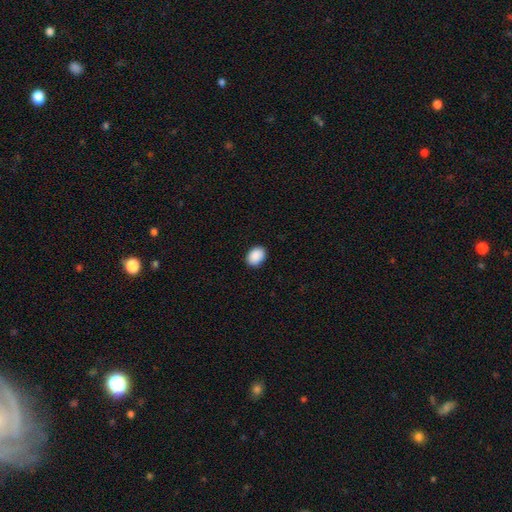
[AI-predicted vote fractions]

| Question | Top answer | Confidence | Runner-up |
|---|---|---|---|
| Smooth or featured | smooth | 90% | star or artifact (7%) |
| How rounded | in between | 68% | round (31%) |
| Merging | none | 89% | minor disturbance (8%) |